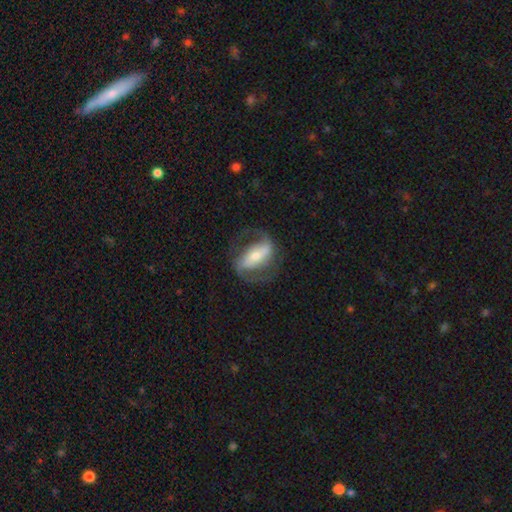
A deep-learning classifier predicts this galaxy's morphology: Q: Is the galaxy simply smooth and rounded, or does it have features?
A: featured or disk — 82%.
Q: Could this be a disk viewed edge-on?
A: no — 93%.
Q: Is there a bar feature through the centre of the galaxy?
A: strong — 64%.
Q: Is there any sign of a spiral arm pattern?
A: yes — 89%.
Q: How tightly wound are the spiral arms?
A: medium — 49%.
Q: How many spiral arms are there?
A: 2 — 89%.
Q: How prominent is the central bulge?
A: moderate — 48%.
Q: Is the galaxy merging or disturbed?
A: none — 72%.